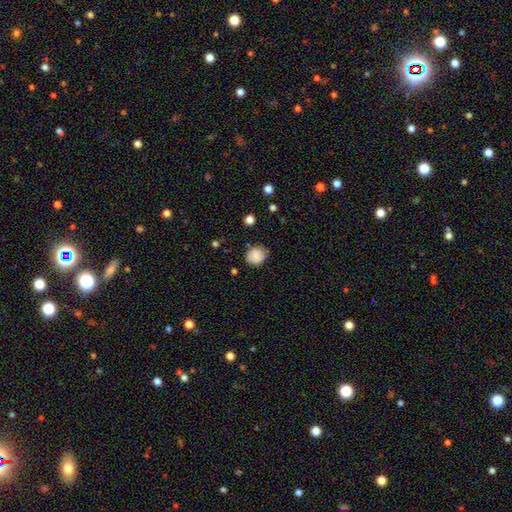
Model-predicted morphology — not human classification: Overall: smooth (85%). How rounded: round (73%). Merging: none (80%).